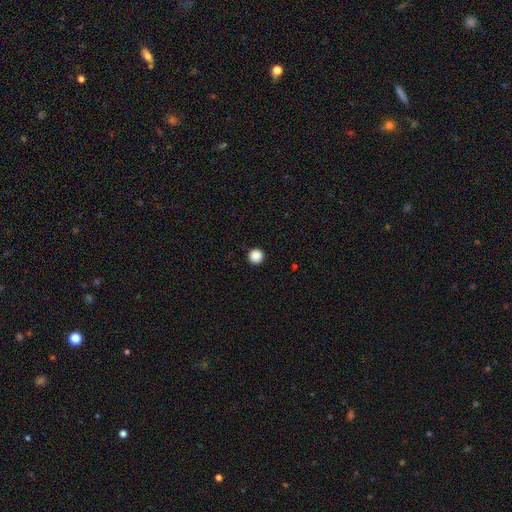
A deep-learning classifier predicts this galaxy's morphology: Smooth or featured?
  - smooth: 88% *
  - star or artifact: 10%
  - featured or disk: 2%
How rounded?
  - round: 97% *
  - in between: 2%
  - cigar-shaped: 1%
Merging?
  - none: 94% *
  - minor disturbance: 4%
  - major disturbance: 1%
  - merger: 1%